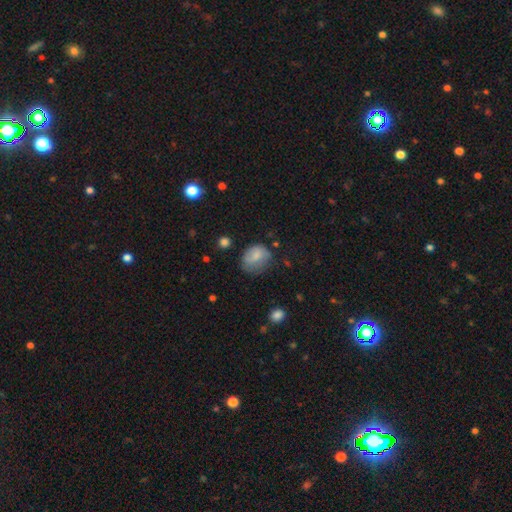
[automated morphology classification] Smooth or featured? smooth (76%)
How rounded? round (52%)
Merging? none (52%)